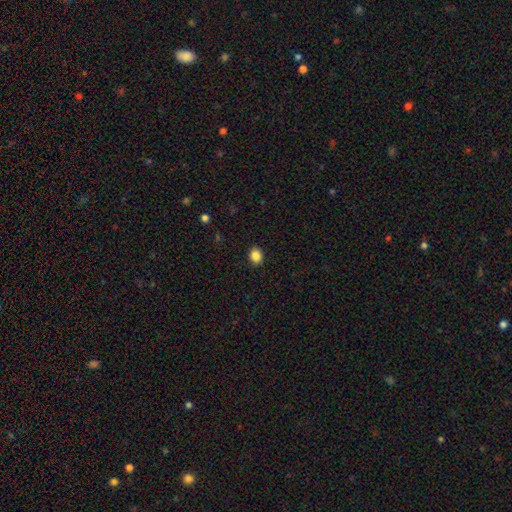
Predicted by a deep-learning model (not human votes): A smooth galaxy with no disk features (87%) that is round (55%).

Vote fractions:
- Smooth or featured? smooth: 87% / star or artifact: 10% / featured or disk: 4%
- How rounded? round: 55% / in between: 45% / cigar-shaped: 1%
- Merging? none: 89% / minor disturbance: 8% / major disturbance: 2% / merger: 1%